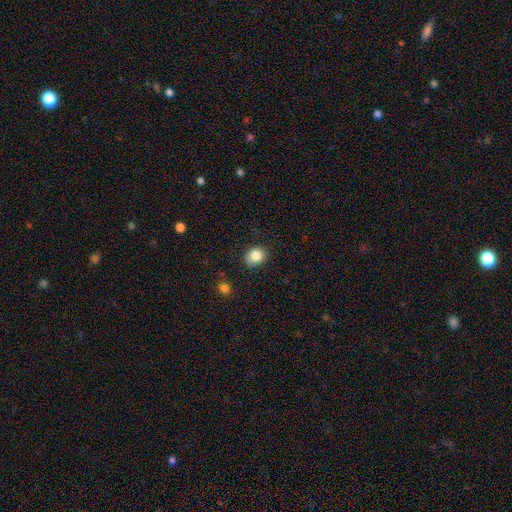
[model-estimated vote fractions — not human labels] Q: Smooth or featured?
A: smooth (83%); runner-up: star or artifact (10%)
Q: How rounded?
A: round (70%); runner-up: in between (29%)
Q: Merging?
A: none (81%); runner-up: minor disturbance (15%)